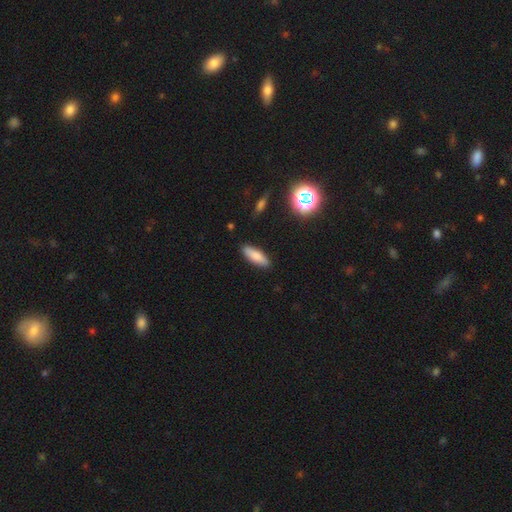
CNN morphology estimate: A smooth galaxy with no disk features (79%) that is in between round and cigar-shaped (55%). Merging: none (88%).